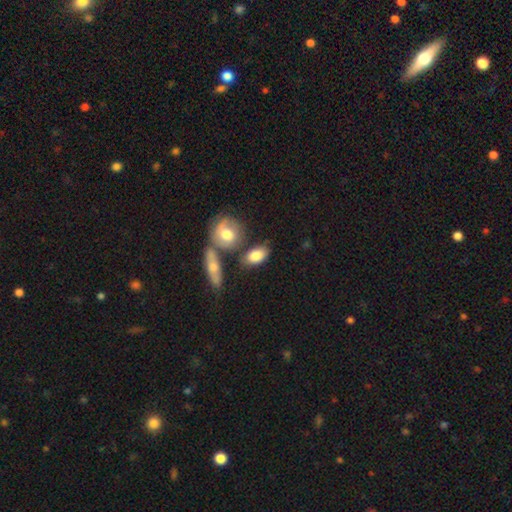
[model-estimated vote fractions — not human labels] Smooth or featured? smooth (78%)
How rounded? in between (85%)
Merging? none (60%)